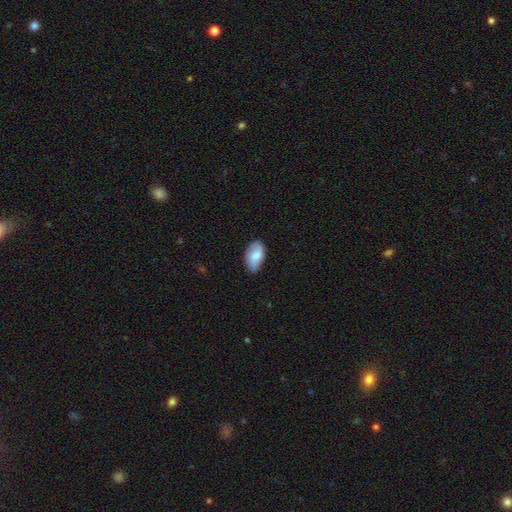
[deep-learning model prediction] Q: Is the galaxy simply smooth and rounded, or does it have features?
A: smooth — 74%.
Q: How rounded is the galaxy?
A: in between — 94%.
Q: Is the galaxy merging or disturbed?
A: none — 71%.